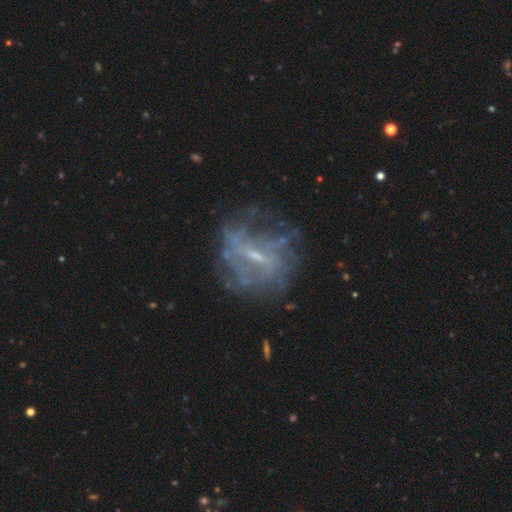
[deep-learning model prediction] featured or disk 73%, star or artifact 14%, smooth 13%. Down the decision tree: edge-on disk — no (95%); bar — weak (50%); spiral arms — yes (55%); bulge size — small (59%); merging — none (60%).